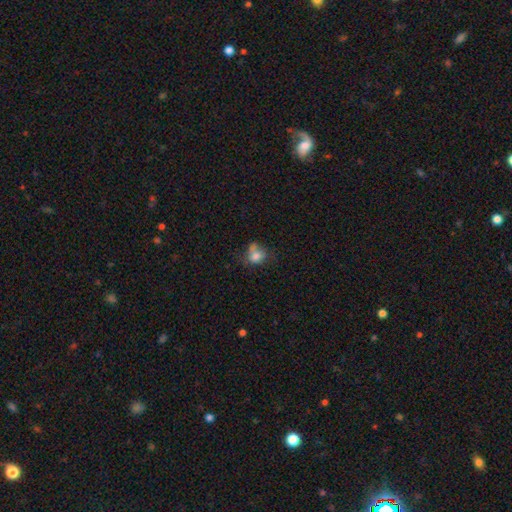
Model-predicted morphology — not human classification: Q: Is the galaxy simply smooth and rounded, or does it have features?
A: smooth — 72%.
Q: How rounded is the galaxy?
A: round — 55%.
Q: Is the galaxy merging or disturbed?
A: none — 36%.